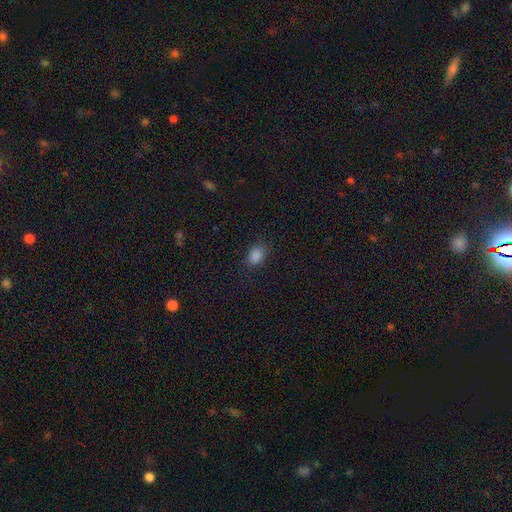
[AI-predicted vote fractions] Overall: smooth (85%). How rounded: in between (82%). Merging: none (83%).